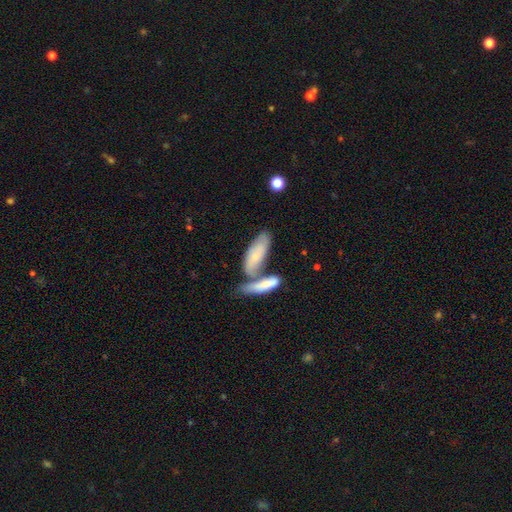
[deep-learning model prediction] This is likely a smooth galaxy (62%). How rounded: likely in between (63%). Merging: possibly merger (46%).